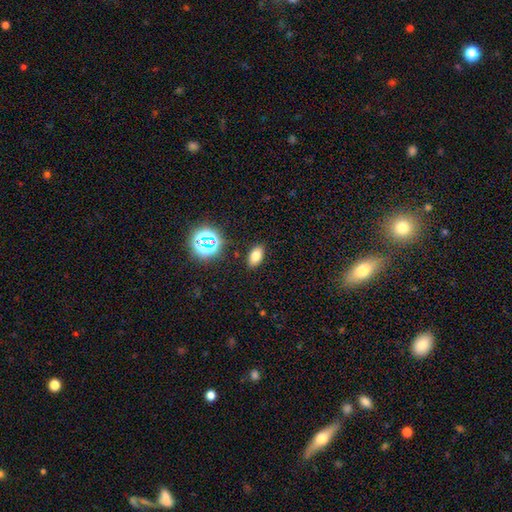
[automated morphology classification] Overall: smooth (73%). How rounded: in between (89%). Merging: none (88%).